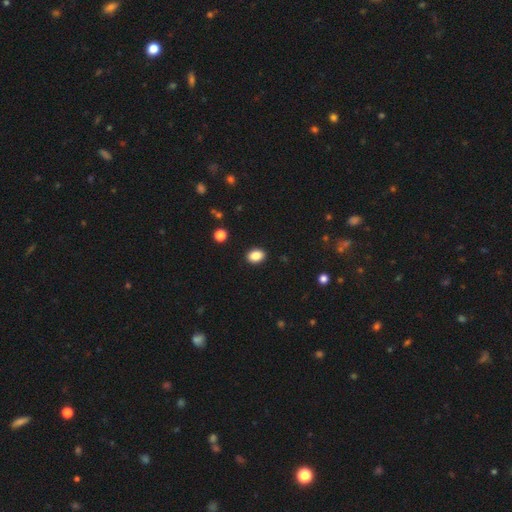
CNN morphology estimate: smooth 87%, star or artifact 9%, featured or disk 4%. Down the decision tree: how rounded — in between (72%); merging — none (91%).